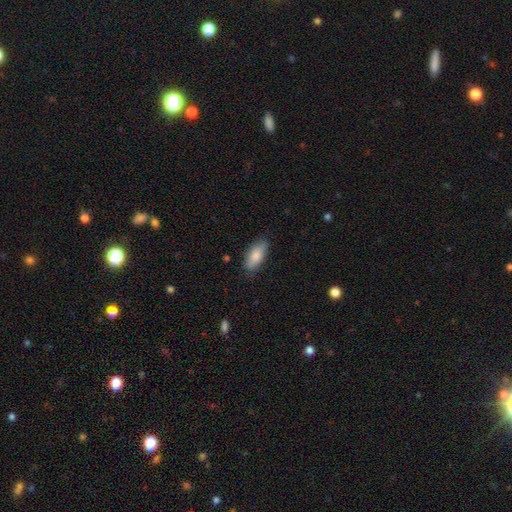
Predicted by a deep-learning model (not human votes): Smooth or featured? Predicted: smooth (p=0.83). How rounded? Predicted: in between (p=0.82). Merging? Predicted: none (p=0.80).